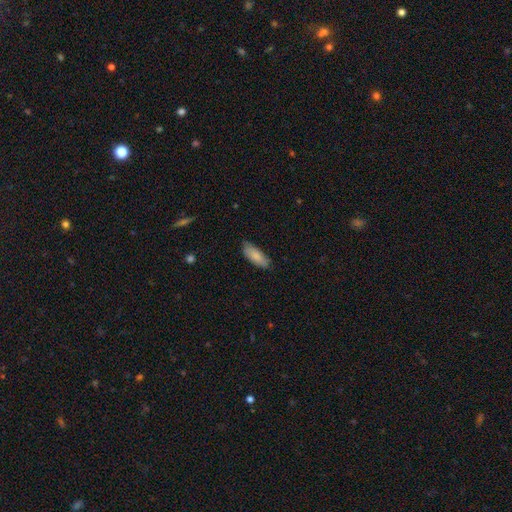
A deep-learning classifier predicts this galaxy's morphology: The model was most divided on "how rounded": in between: 75%, cigar-shaped: 24%, round: 2%. More confident: smooth or featured — smooth (84%); merging — none (77%).